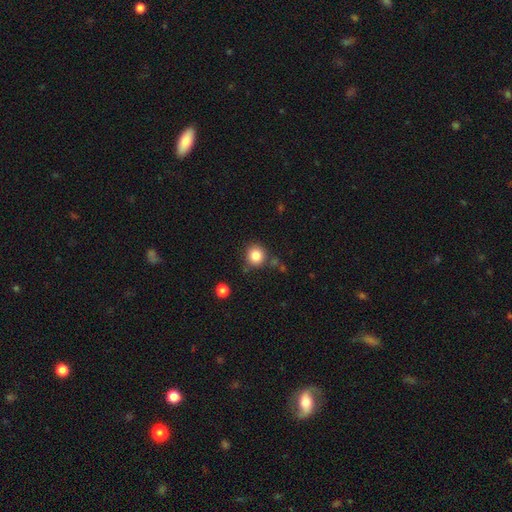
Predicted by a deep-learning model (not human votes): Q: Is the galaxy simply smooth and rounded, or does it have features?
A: smooth — 84%.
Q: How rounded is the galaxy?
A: round — 91%.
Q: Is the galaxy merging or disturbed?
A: none — 79%.